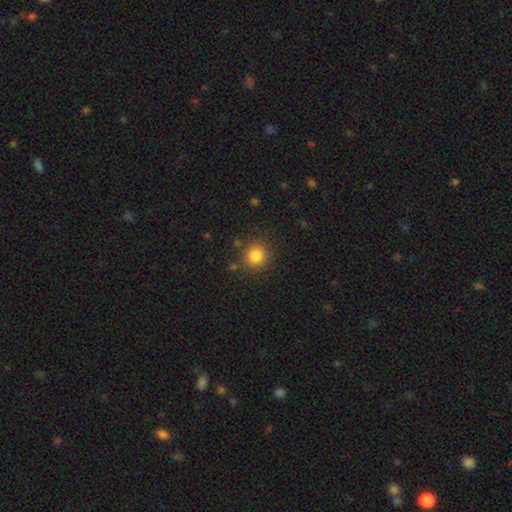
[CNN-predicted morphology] Smooth or featured? Predicted: smooth (p=0.83). How rounded? Predicted: round (p=0.87). Merging? Predicted: none (p=0.85).